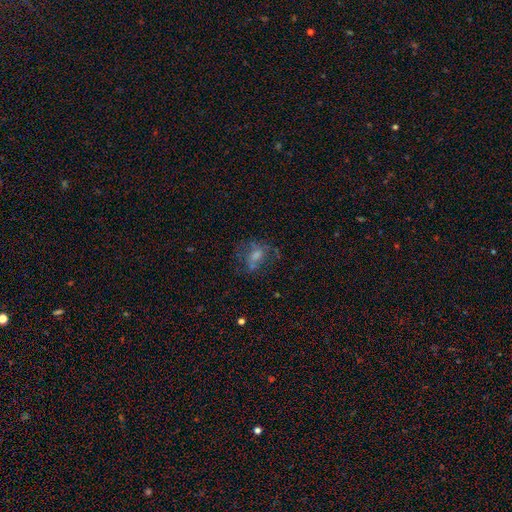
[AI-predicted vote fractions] Smooth or featured: smooth — 47% (featured or disk — 39%)
Merging: none — 44% (major disturbance — 29%)